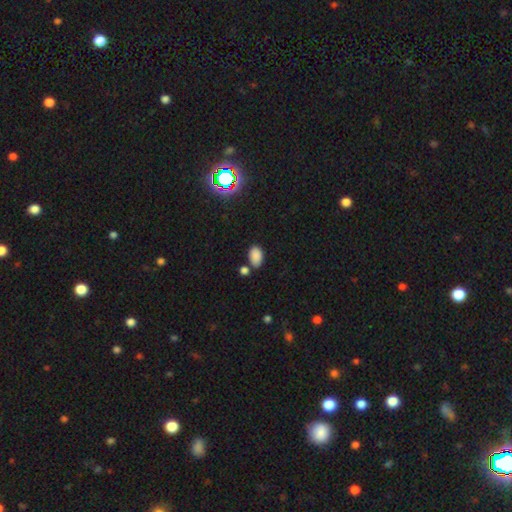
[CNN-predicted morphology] Overall: smooth (84%). How rounded: in between (91%). Merging: none (71%).